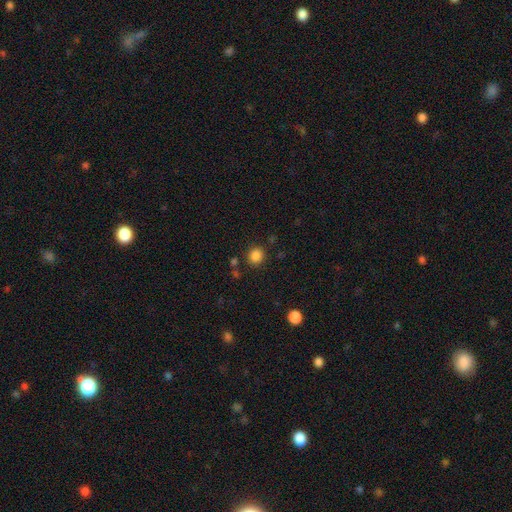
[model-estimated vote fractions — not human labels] The model was most divided on "how rounded": round: 86%, in between: 13%, cigar-shaped: 1%. More confident: smooth or featured — smooth (85%); merging — none (85%).